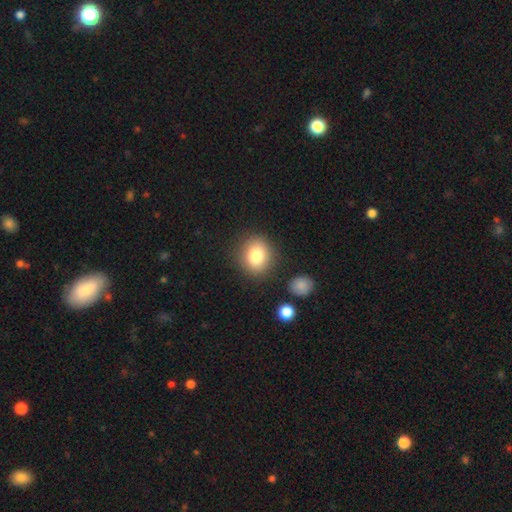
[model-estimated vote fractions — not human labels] A smooth galaxy with no disk features (82%) that is round (71%). Merging: none (85%).